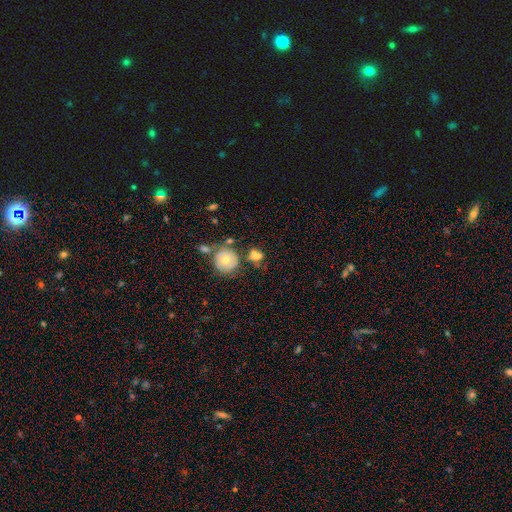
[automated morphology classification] smooth 59%, featured or disk 30%, star or artifact 11%. Down the decision tree: how rounded — round (61%); merging — none (49%).